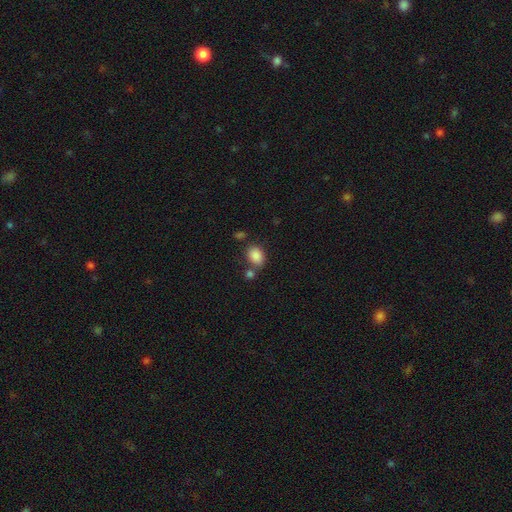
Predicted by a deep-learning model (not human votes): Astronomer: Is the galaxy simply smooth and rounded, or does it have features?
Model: smooth — 87%.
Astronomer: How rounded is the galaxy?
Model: in between — 70%.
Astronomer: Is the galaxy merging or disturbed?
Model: none — 63%.